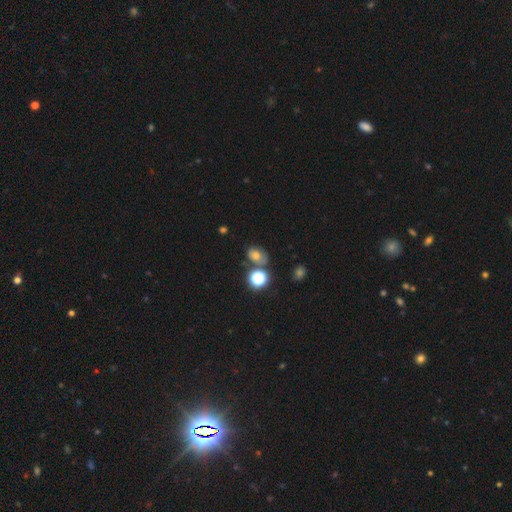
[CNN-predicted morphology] Smooth or featured: smooth — 59% (star or artifact — 23%)
How rounded: in between — 61% (round — 38%)
Merging: none — 62% (minor disturbance — 17%)